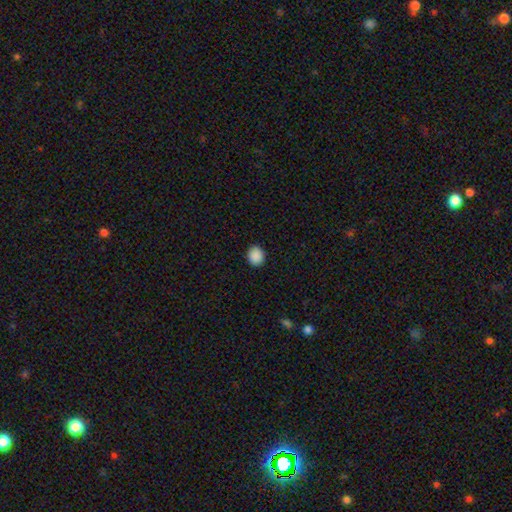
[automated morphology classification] This is clearly a smooth galaxy (89%). How rounded: likely round (70%). Merging: clearly none (90%).